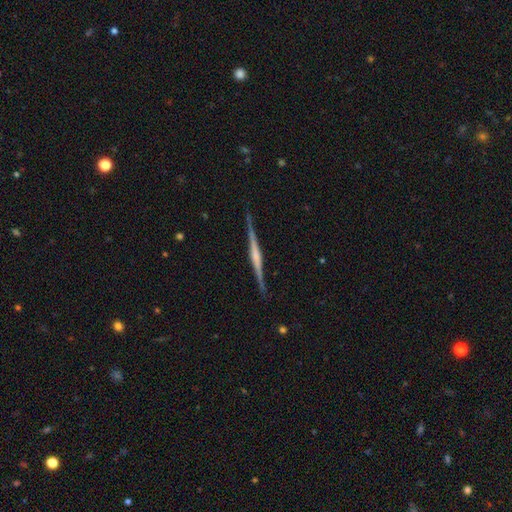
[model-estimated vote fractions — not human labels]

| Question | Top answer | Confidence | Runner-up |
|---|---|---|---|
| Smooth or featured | featured or disk | 80% | smooth (14%) |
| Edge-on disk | yes | 98% | no (2%) |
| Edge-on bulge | rounded | 46% | boxy (31%) |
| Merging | none | 89% | minor disturbance (8%) |